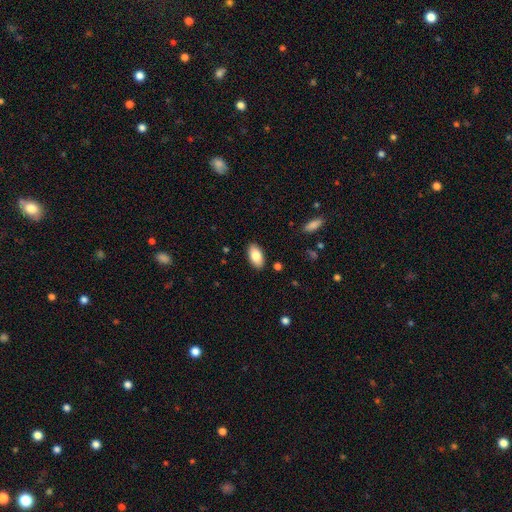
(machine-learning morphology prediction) This appears to be a smooth galaxy with no disk features (83%) that is in between round and cigar-shaped (94%). Merging: none (88%).